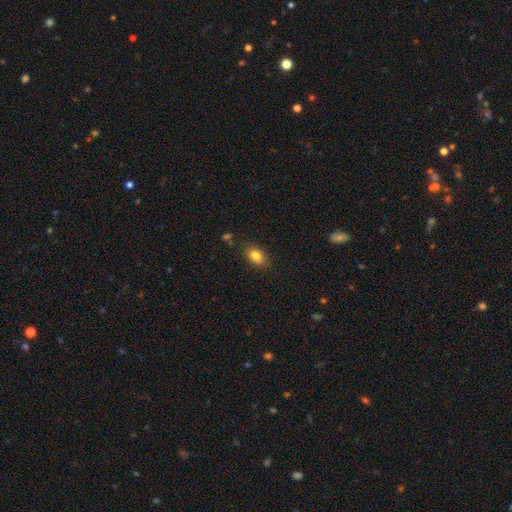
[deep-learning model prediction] Smooth or featured? Predicted: smooth (p=0.82). How rounded? Predicted: in between (p=0.83). Merging? Predicted: none (p=0.83).